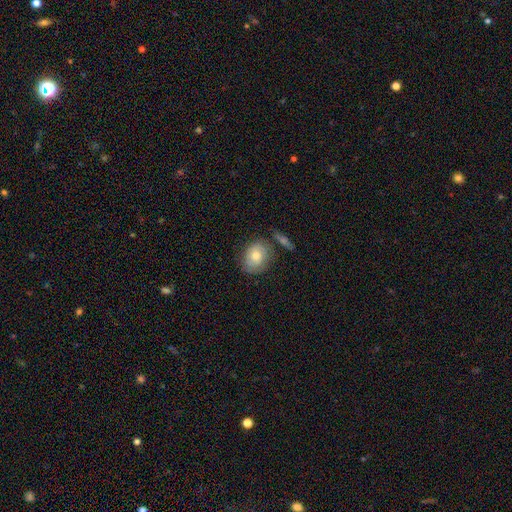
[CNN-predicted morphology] A smooth galaxy with no disk features (62%) that is in between round and cigar-shaped (54%). Merging: none (68%).